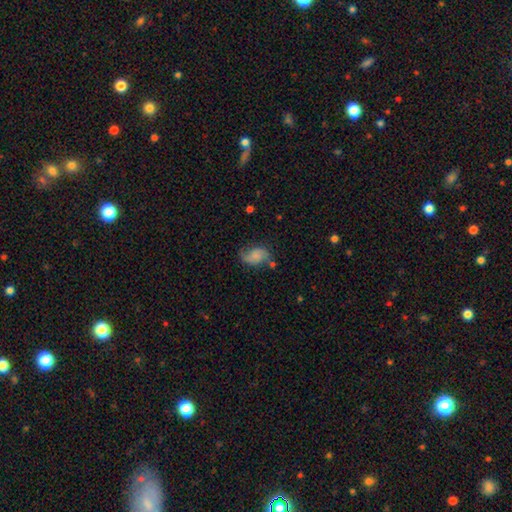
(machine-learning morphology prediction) smooth-or-featured: featured or disk: 46% | smooth: 45% | star or artifact: 9%
  merging: none: 56% | minor disturbance: 27% | major disturbance: 12% | merger: 5%